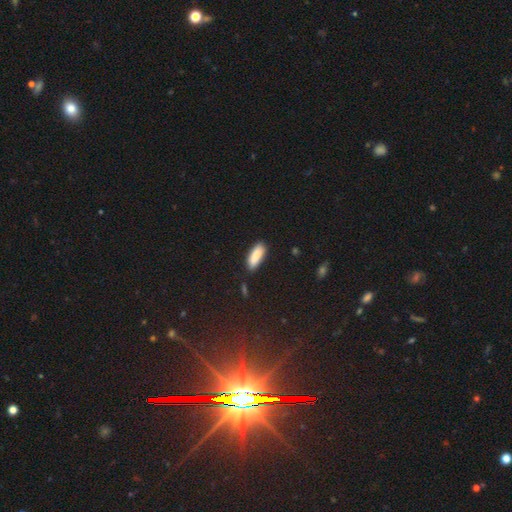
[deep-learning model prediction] A smooth galaxy with no disk features (86%) that is in between round and cigar-shaped (71%). Merging: none (81%).